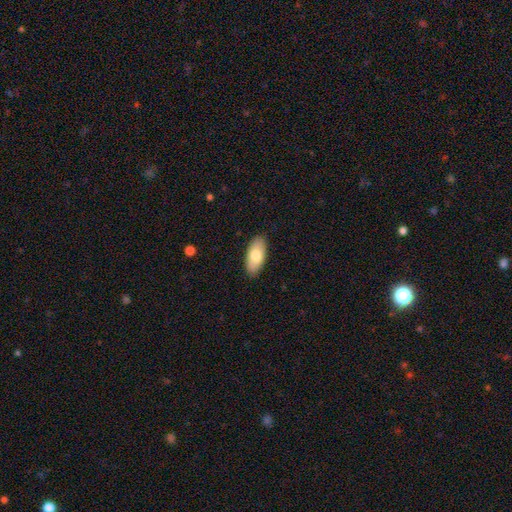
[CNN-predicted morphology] This appears to be a smooth galaxy with no disk features (79%) that is in between round and cigar-shaped (90%). Merging: none (89%).